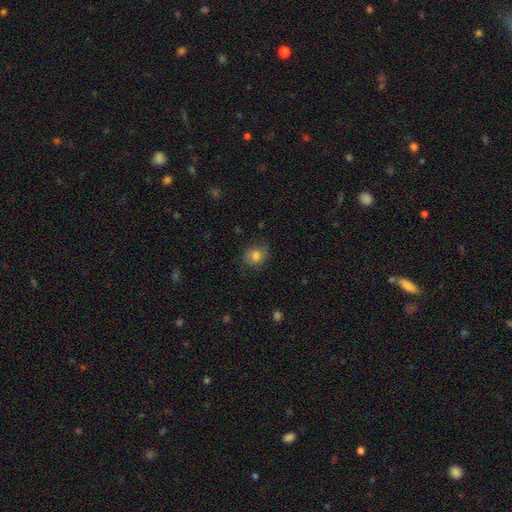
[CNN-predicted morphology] A smooth galaxy with no disk features (79%) that is round (67%). Merging: none (68%).